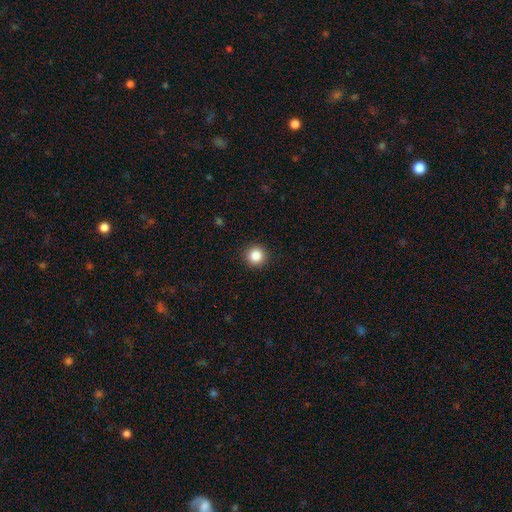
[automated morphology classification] This is clearly a smooth galaxy (86%). How rounded: clearly round (95%). Merging: clearly none (92%).